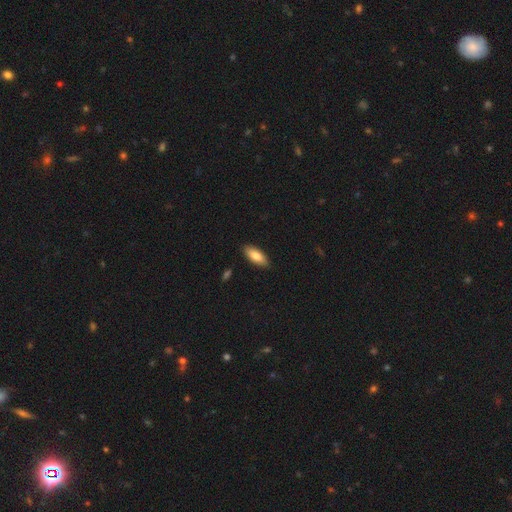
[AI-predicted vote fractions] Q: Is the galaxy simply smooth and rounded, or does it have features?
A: smooth — 83%.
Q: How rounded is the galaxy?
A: in between — 81%.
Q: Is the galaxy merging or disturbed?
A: none — 88%.